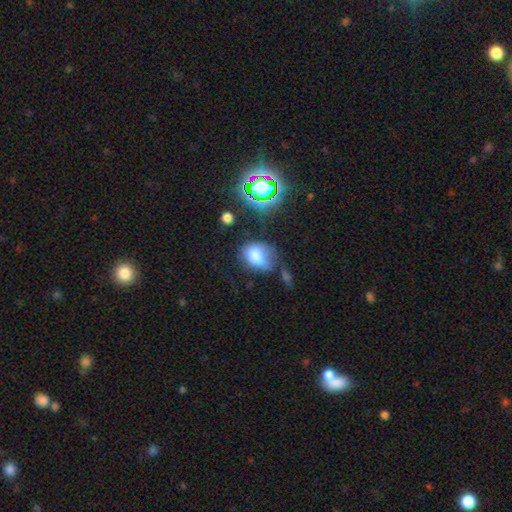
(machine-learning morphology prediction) Smooth or featured: smooth — 71% (star or artifact — 14%)
How rounded: in between — 70% (round — 29%)
Merging: none — 34% (minor disturbance — 30%)